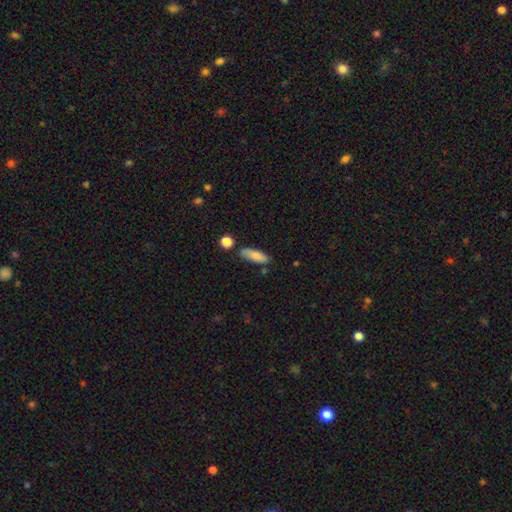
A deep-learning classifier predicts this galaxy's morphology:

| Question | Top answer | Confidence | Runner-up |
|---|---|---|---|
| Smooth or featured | smooth | 80% | featured or disk (13%) |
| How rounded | in between | 59% | cigar-shaped (38%) |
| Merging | none | 77% | minor disturbance (15%) |